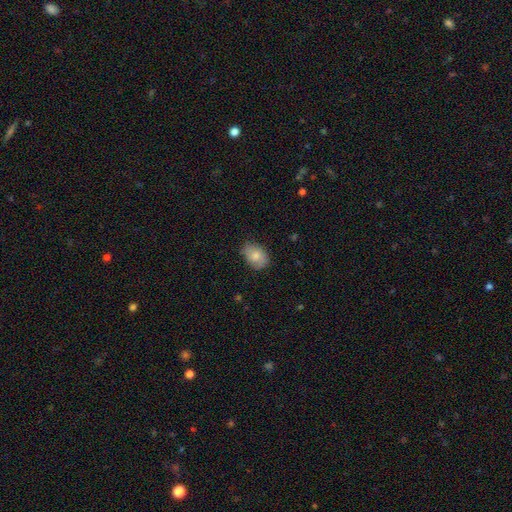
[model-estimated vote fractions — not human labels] Morphology: type=smooth (76%); roundness=in between (80%); merging=none (75%).